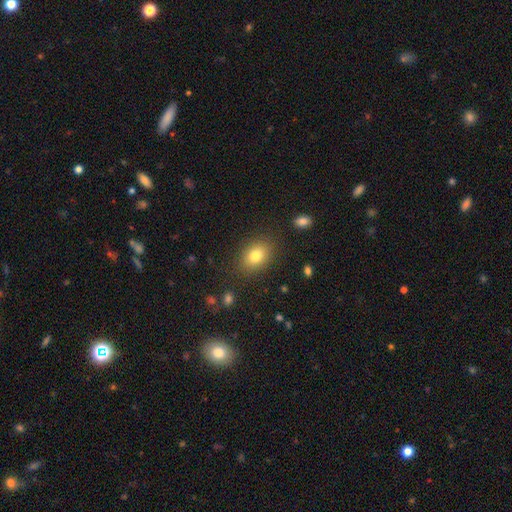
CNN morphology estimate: Smooth or featured: smooth — 79% (featured or disk — 11%)
How rounded: in between — 73% (round — 26%)
Merging: none — 84% (minor disturbance — 10%)